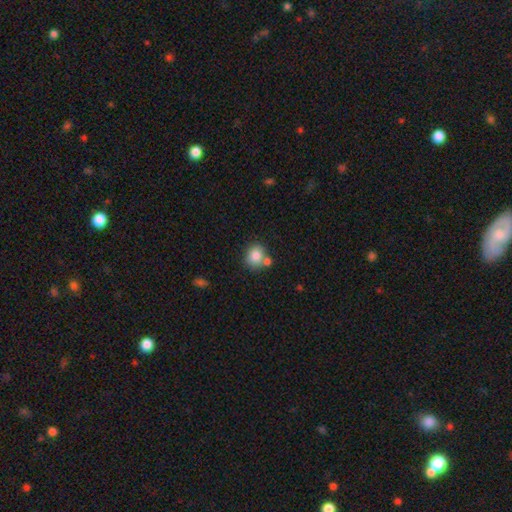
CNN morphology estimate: Smooth or featured?
  - smooth: 83% *
  - star or artifact: 9%
  - featured or disk: 8%
How rounded?
  - round: 75% *
  - in between: 24%
  - cigar-shaped: 1%
Merging?
  - none: 61% *
  - merger: 23%
  - minor disturbance: 13%
  - major disturbance: 4%